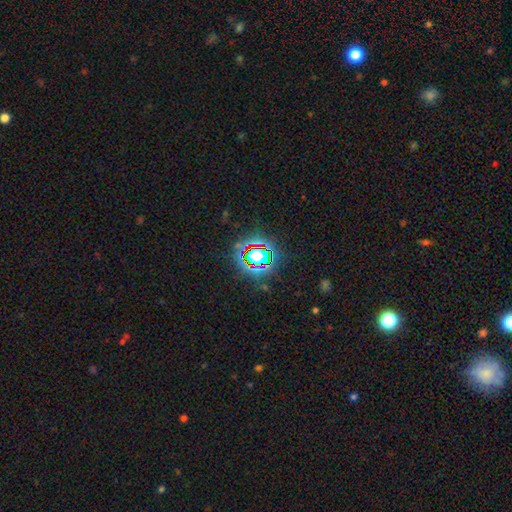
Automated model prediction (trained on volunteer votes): A star or artifact, not a galaxy (64%).

Vote fractions:
- Smooth or featured? star or artifact: 64% / smooth: 25% / featured or disk: 12%